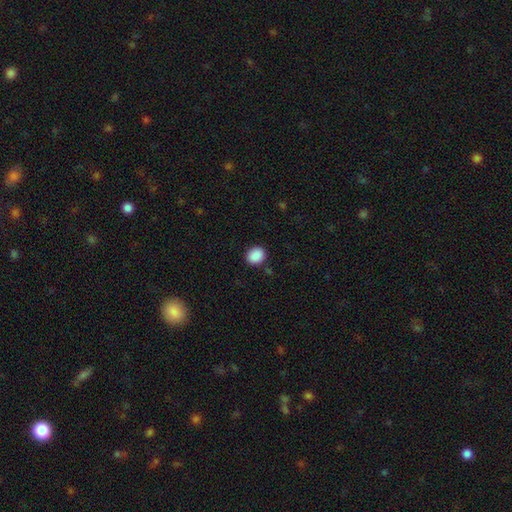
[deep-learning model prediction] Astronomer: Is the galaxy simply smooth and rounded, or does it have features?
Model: smooth — 89%.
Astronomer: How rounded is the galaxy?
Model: round — 65%.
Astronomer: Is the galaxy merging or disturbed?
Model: none — 86%.